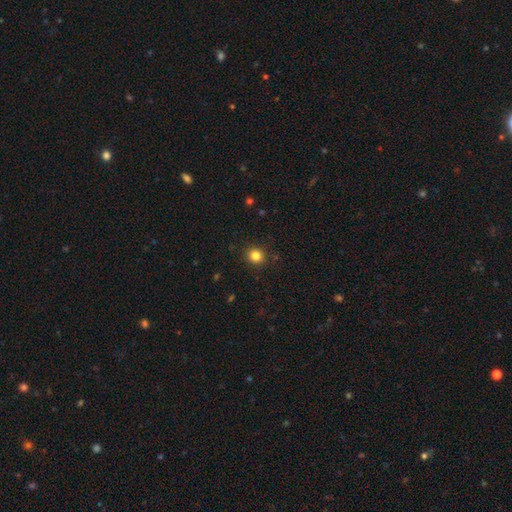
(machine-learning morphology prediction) The model was most divided on "smooth or featured": smooth: 83%, star or artifact: 12%, featured or disk: 5%. More confident: merging — none (90%); how rounded — round (88%).